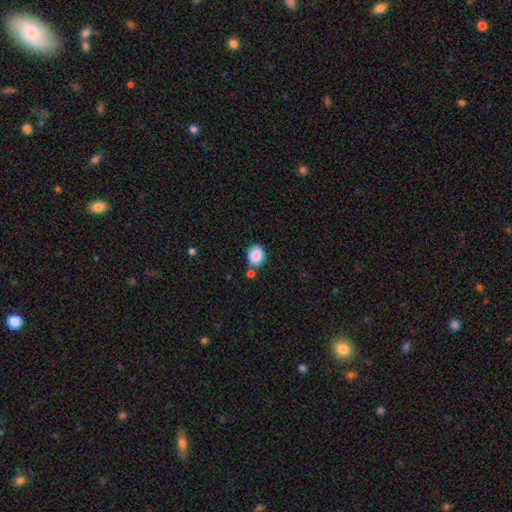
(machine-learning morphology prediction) type=smooth (88%); roundness=round (55%); merging=none (73%).